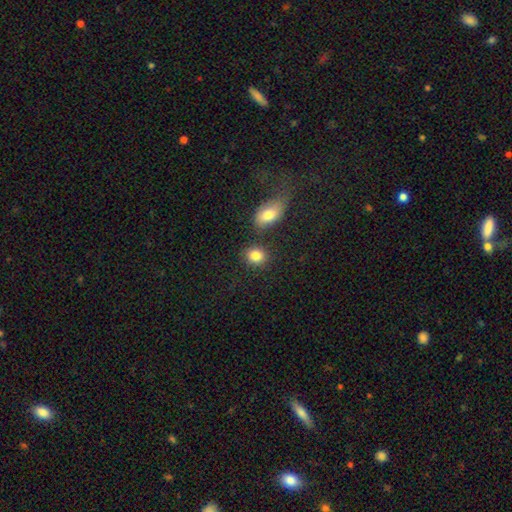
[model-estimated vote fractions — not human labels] This appears to be a smooth galaxy with no disk features (83%) that is round (60%). Merging: none (74%).